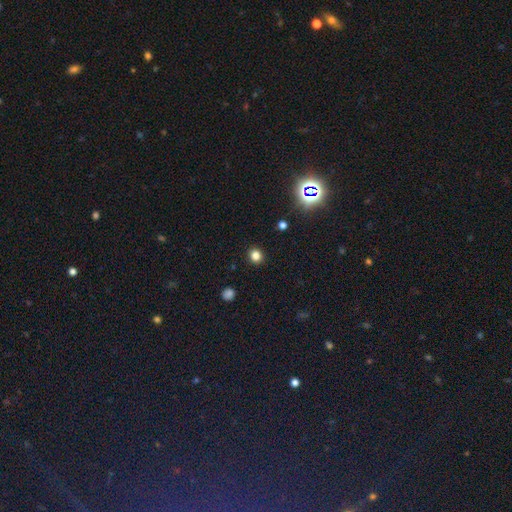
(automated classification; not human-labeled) Q: Smooth or featured?
A: smooth (80%); runner-up: star or artifact (16%)
Q: How rounded?
A: round (88%); runner-up: in between (11%)
Q: Merging?
A: none (92%); runner-up: minor disturbance (5%)